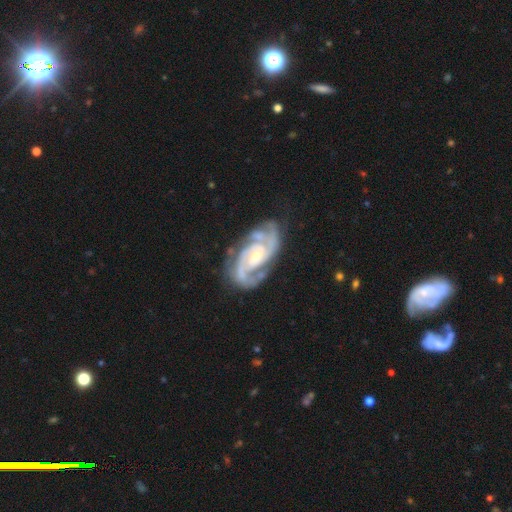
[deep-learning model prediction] smooth_or_featured: featured or disk (p=0.92) [alt: star or artifact p=0.04]
disk_edge_on: no (p=0.97) [alt: yes p=0.03]
bar: no (p=0.50) [alt: weak p=0.37]
has_spiral_arms: yes (p=0.98) [alt: no p=0.02]
spiral_winding: tight (p=0.56) [alt: medium p=0.39]
spiral_arm_count: 2 (p=0.66) [alt: 3 p=0.18]
bulge_size: small (p=0.52) [alt: moderate p=0.41]
merging: none (p=0.73) [alt: minor disturbance p=0.18]